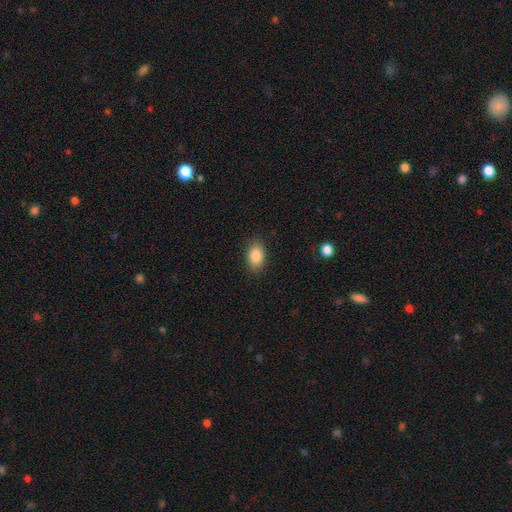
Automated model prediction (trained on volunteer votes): The model was most divided on "how rounded": in between: 88%, round: 10%, cigar-shaped: 2%. More confident: merging — none (87%); smooth or featured — smooth (86%).